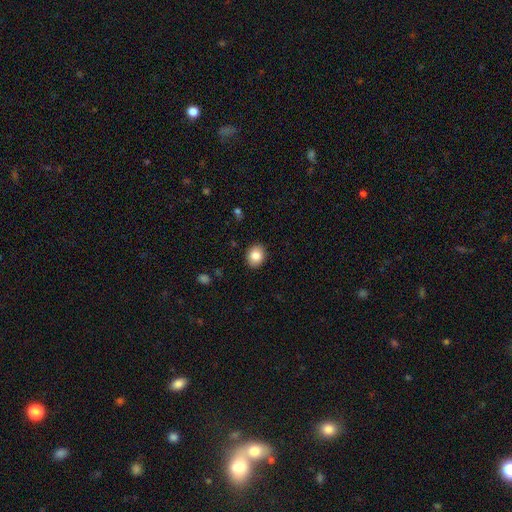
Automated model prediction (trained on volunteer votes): A smooth galaxy with no disk features (84%) that is round (50%).

Vote fractions:
- Smooth or featured? smooth: 84% / star or artifact: 8% / featured or disk: 7%
- How rounded? round: 50% / in between: 49% / cigar-shaped: 1%
- Merging? none: 90% / minor disturbance: 7% / major disturbance: 2% / merger: 1%